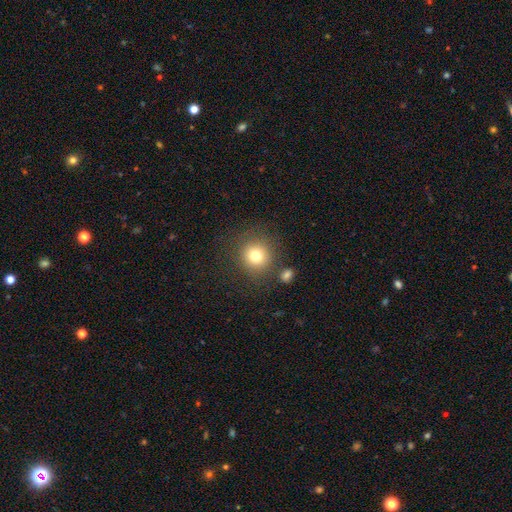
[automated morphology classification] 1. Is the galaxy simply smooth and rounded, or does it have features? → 77% smooth, 13% star or artifact, 10% featured or disk.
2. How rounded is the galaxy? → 92% round, 7% in between, 1% cigar-shaped.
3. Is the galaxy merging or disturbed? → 81% none, 9% minor disturbance, 6% merger, 4% major disturbance.